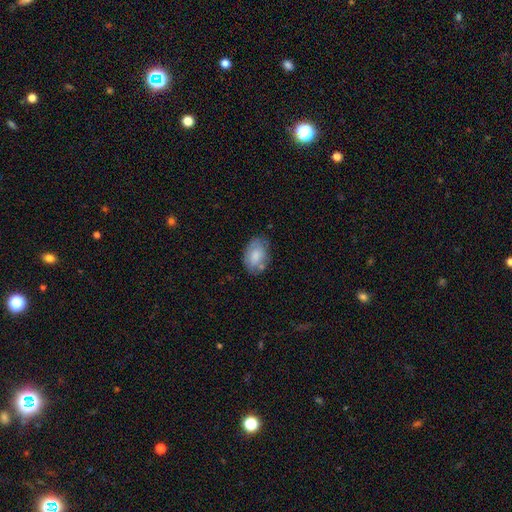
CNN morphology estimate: The model was most divided on "merging": none: 64%, minor disturbance: 24%, major disturbance: 6%, merger: 6%. More confident: how rounded — in between (87%); smooth or featured — smooth (75%).